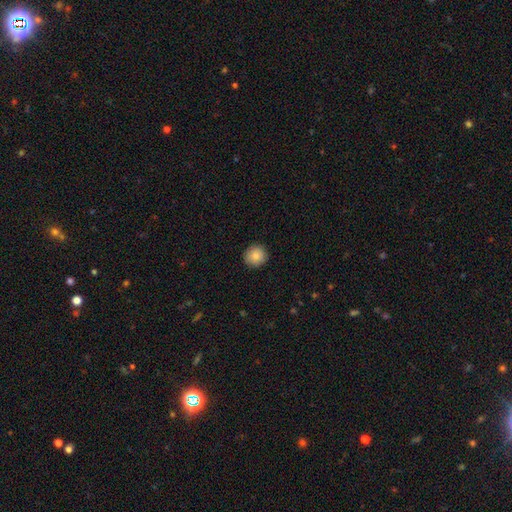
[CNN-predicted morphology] Smooth or featured? smooth (86%)
How rounded? round (93%)
Merging? none (91%)